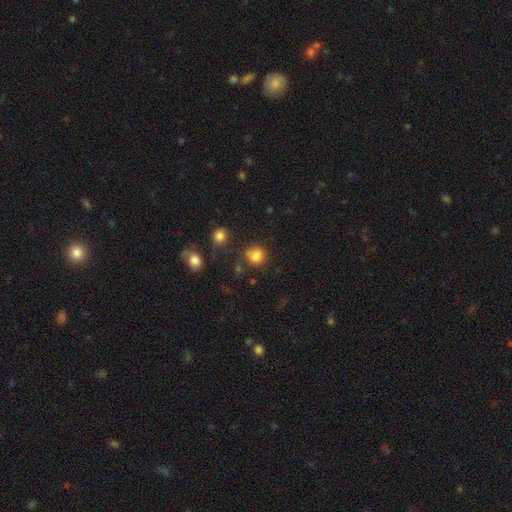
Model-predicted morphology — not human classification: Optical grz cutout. It shows a smooth galaxy with no disk features (82%) that is round (81%). Merging: none (69%).